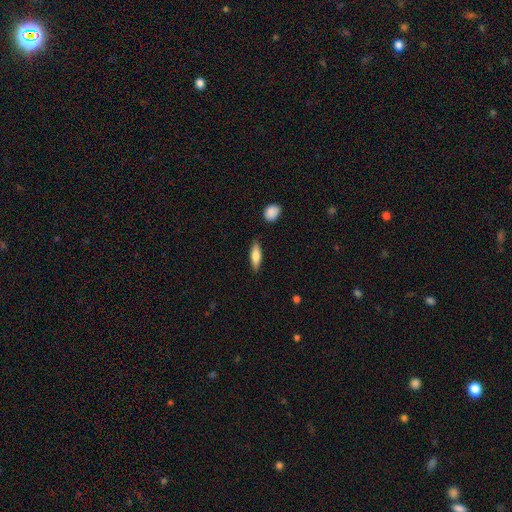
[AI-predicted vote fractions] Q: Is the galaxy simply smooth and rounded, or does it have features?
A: smooth — 70%.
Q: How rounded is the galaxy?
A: cigar-shaped — 53%.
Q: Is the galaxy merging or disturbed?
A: none — 85%.